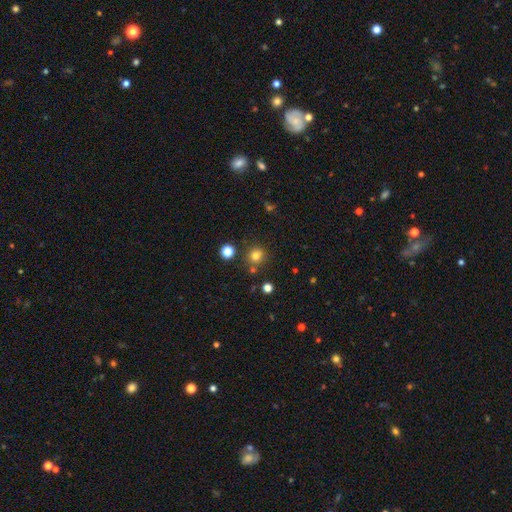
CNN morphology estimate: A smooth galaxy with no disk features (77%) that is round (91%). Merging: none (79%).